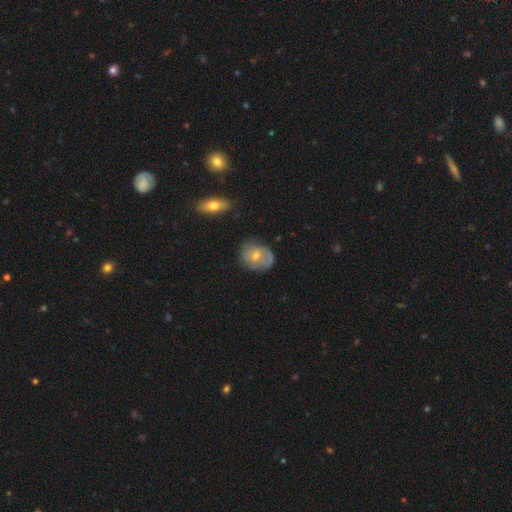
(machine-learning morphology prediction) smooth 49%, featured or disk 44%, star or artifact 7%. Down the decision tree: merging — none (60%).